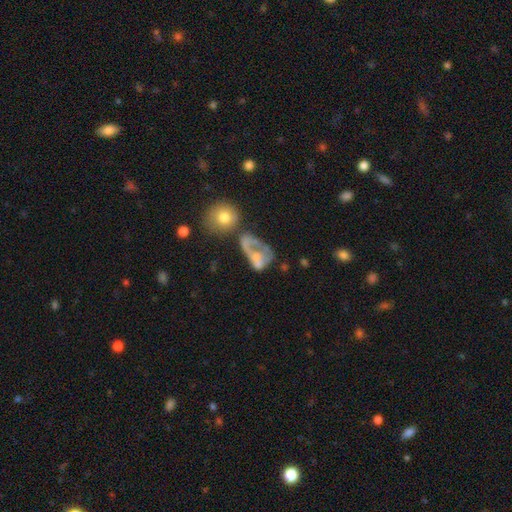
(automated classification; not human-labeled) Smooth or featured? featured or disk (46%)
Merging? major disturbance (37%)